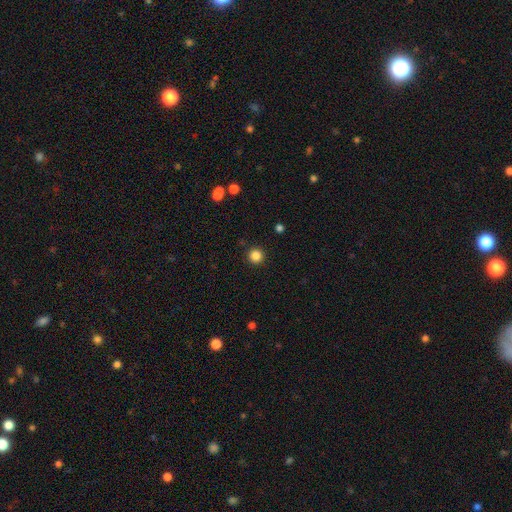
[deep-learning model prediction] smooth_or_featured: smooth (p=0.85) [alt: star or artifact p=0.11]
how_rounded: round (p=0.96) [alt: in between p=0.03]
merging: none (p=0.92) [alt: minor disturbance p=0.05]